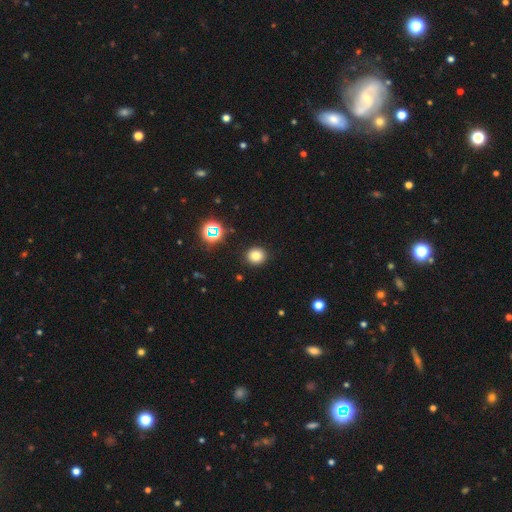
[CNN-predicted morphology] type=smooth (79%); roundness=round (85%); merging=none (91%).